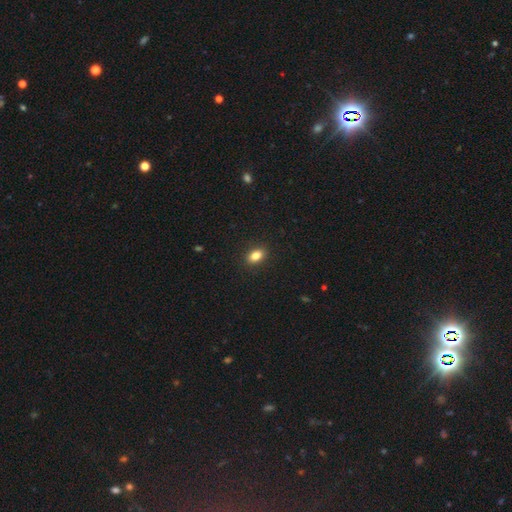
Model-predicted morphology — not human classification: smooth-or-featured: smooth: 83% | star or artifact: 9% | featured or disk: 7%
  how-rounded: in between: 82% | round: 15% | cigar-shaped: 3%
  merging: none: 90% | minor disturbance: 7% | major disturbance: 2% | merger: 1%